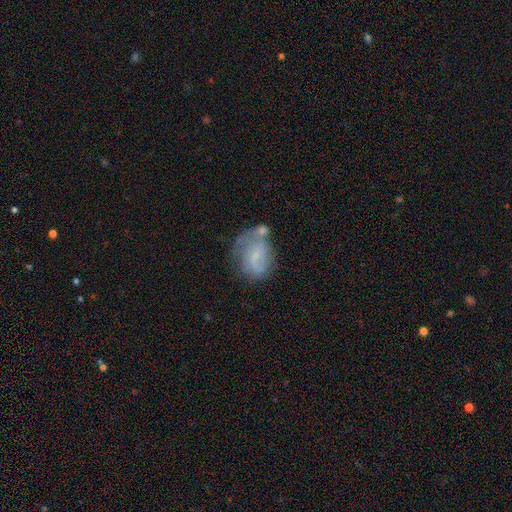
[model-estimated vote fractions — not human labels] The model was most divided on "bar": no: 47%, weak: 42%, strong: 11%. Remaining: edge-on disk — no (97%); spiral arms — yes (67%); smooth or featured — featured or disk (53%); bulge size — small (52%); merging — none (37%).